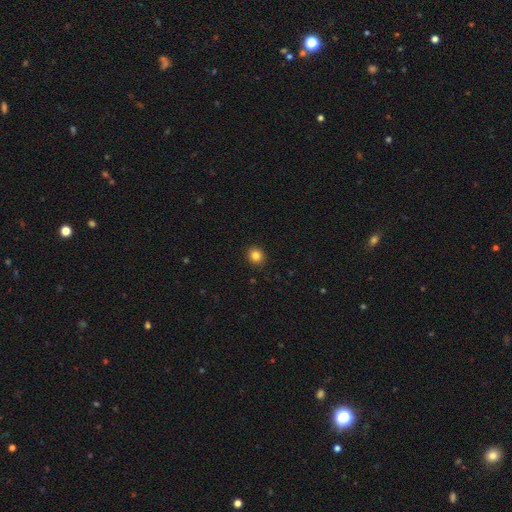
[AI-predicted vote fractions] Morphology: type=smooth (84%); roundness=round (88%); merging=none (92%).